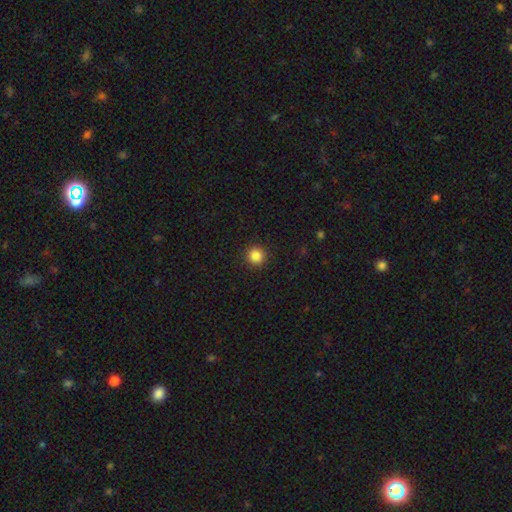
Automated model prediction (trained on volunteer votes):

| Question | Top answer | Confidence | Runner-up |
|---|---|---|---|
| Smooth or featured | smooth | 86% | star or artifact (11%) |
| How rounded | round | 94% | in between (5%) |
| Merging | none | 92% | minor disturbance (5%) |